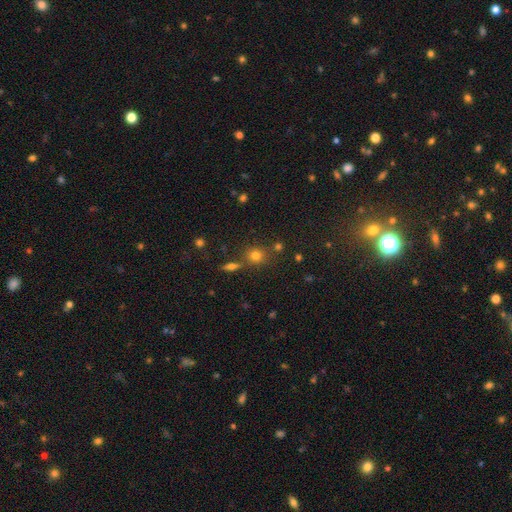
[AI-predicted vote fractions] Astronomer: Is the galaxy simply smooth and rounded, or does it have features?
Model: smooth — 73%.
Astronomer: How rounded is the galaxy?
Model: round — 83%.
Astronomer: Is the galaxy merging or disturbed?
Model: none — 72%.